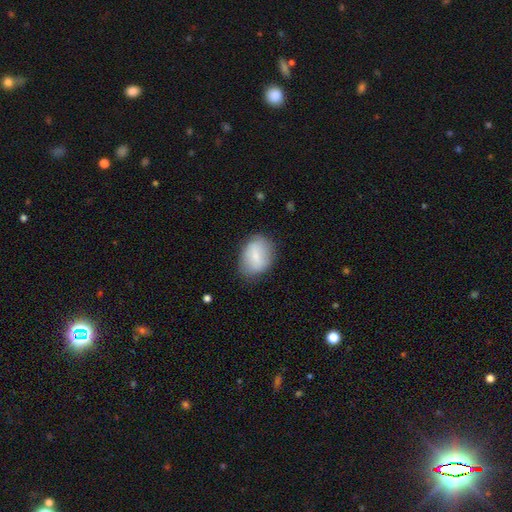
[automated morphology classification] A smooth galaxy with no disk features (70%) that is in between round and cigar-shaped (70%). Merging: none (71%).